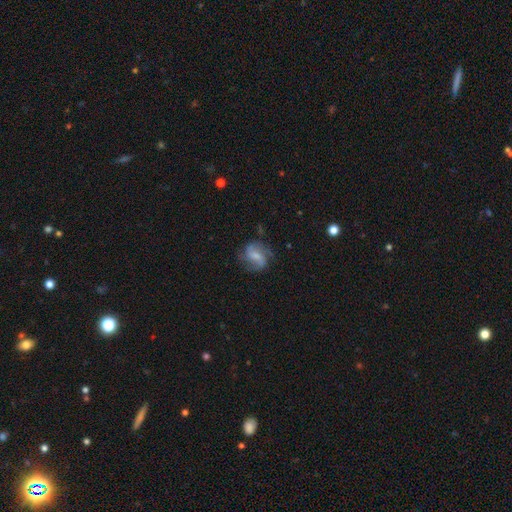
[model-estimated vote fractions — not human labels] Morphology: type=featured or disk (67%); edge-on=no (97%); bar=weak (49%); spiral arms=yes (90%); winding=medium (45%); arm count=2 (62%); bulge=moderate (38%); merging=none (66%).